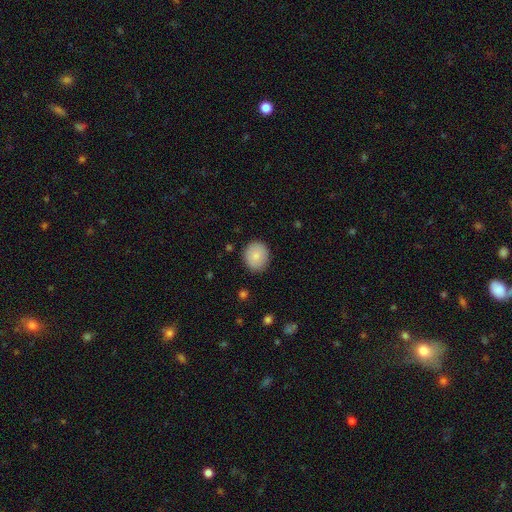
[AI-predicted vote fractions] A smooth galaxy with no disk features (84%) that is round (72%).

Vote fractions:
- Smooth or featured? smooth: 84% / featured or disk: 9% / star or artifact: 7%
- How rounded? round: 72% / in between: 27% / cigar-shaped: 1%
- Merging? none: 87% / minor disturbance: 10% / major disturbance: 2% / merger: 1%